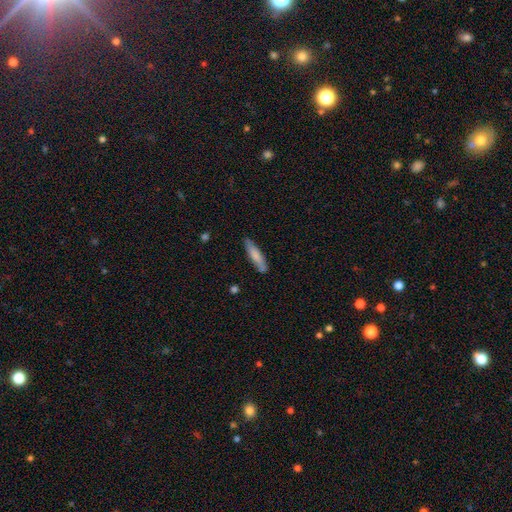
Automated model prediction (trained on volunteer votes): Smooth or featured? Predicted: smooth (p=0.76). How rounded? Predicted: cigar-shaped (p=0.77). Merging? Predicted: none (p=0.81).